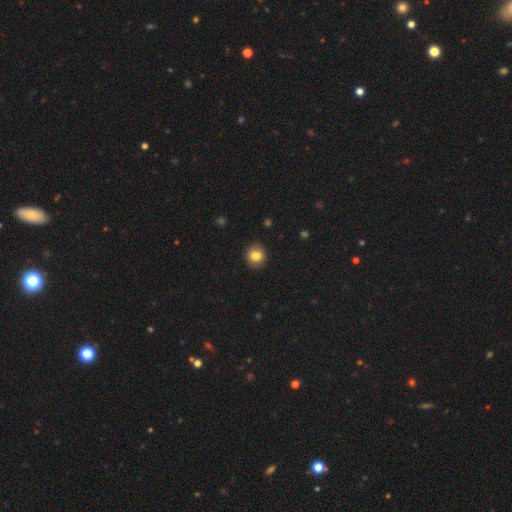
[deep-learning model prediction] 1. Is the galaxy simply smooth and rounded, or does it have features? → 83% smooth, 10% star or artifact, 7% featured or disk.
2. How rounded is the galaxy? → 86% round, 13% in between, 1% cigar-shaped.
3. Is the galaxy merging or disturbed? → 90% none, 7% minor disturbance, 2% major disturbance, 1% merger.